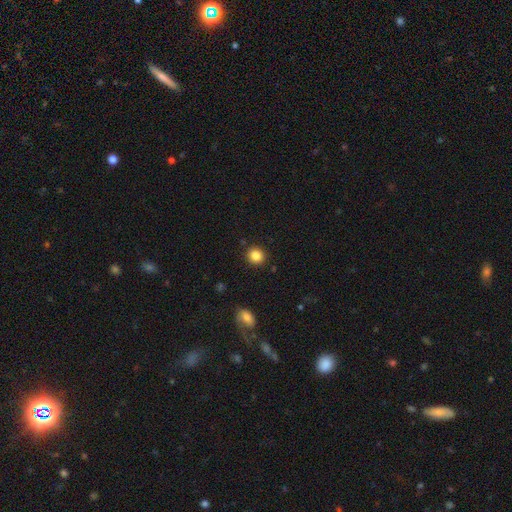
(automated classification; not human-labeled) This is clearly a smooth galaxy (85%). How rounded: clearly round (86%). Merging: clearly none (90%).